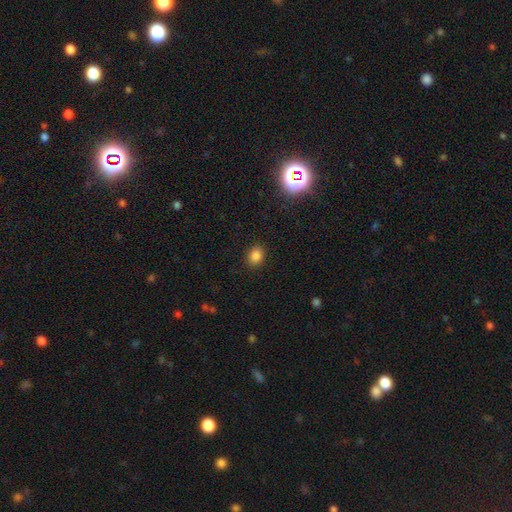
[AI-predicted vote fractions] Smooth or featured?
  - smooth: 83% *
  - star or artifact: 13%
  - featured or disk: 4%
How rounded?
  - in between: 52% *
  - round: 47%
  - cigar-shaped: 1%
Merging?
  - none: 88% *
  - minor disturbance: 8%
  - major disturbance: 3%
  - merger: 1%